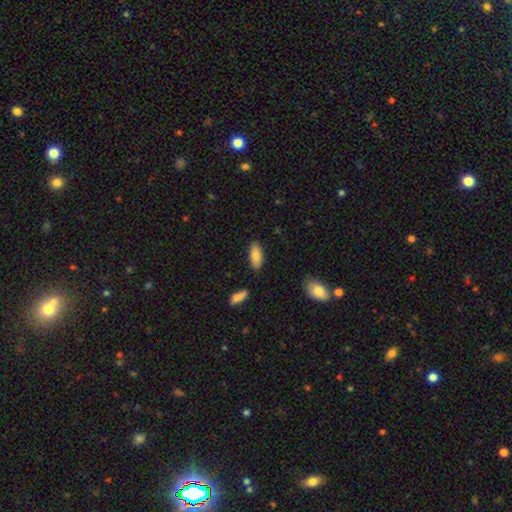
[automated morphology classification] smooth_or_featured: smooth (p=0.86) [alt: featured or disk p=0.08]
how_rounded: in between (p=0.82) [alt: cigar-shaped p=0.17]
merging: none (p=0.85) [alt: minor disturbance p=0.10]